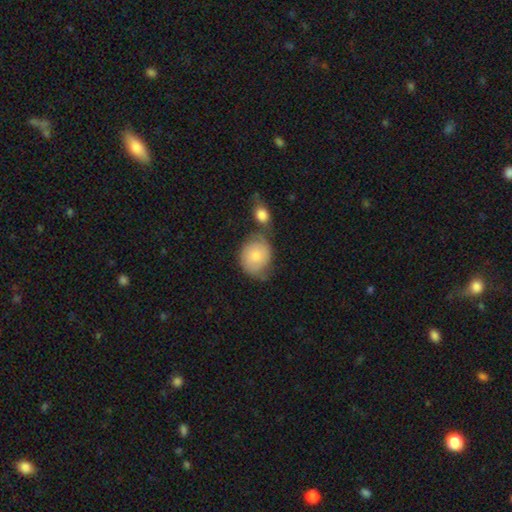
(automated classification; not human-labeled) A smooth galaxy with no disk features (71%) that is round (64%). Merging: none (42%).